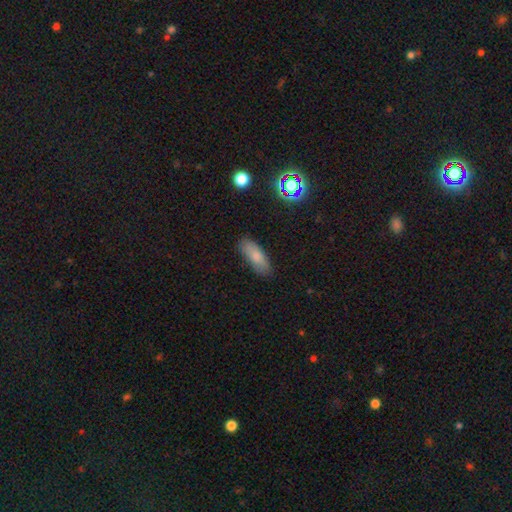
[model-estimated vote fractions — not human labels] Smooth or featured? Predicted: smooth (p=0.79). How rounded? Predicted: in between (p=0.70). Merging? Predicted: none (p=0.82).